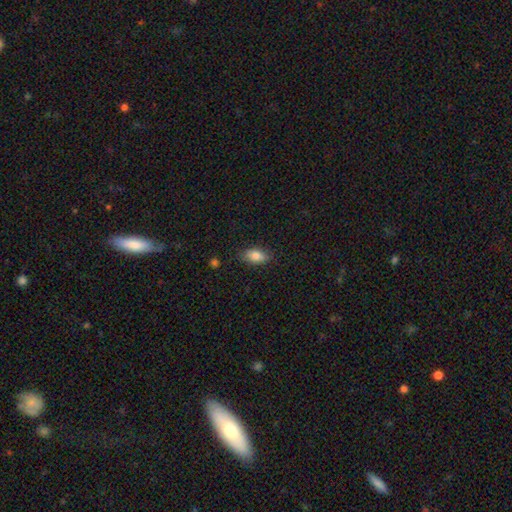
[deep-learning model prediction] Smooth or featured? Predicted: smooth (p=0.82). How rounded? Predicted: in between (p=0.88). Merging? Predicted: none (p=0.82).